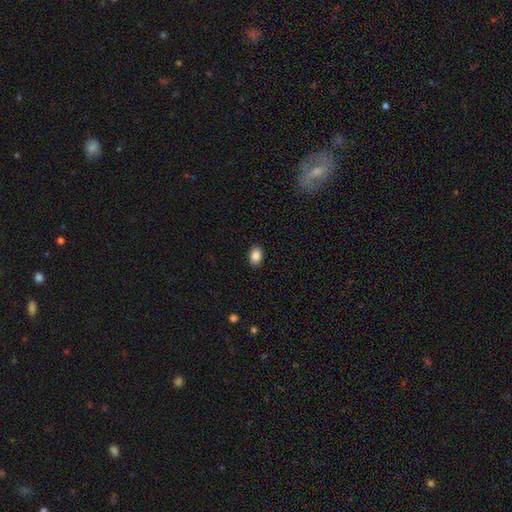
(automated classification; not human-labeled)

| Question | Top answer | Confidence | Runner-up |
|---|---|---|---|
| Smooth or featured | smooth | 87% | star or artifact (8%) |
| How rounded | in between | 82% | round (17%) |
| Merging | none | 90% | minor disturbance (7%) |